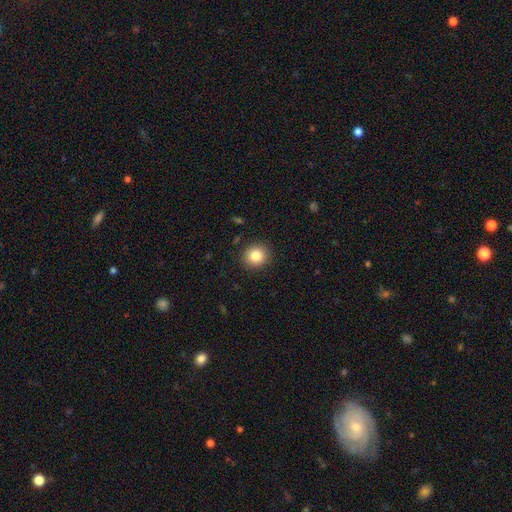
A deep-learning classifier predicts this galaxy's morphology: This appears to be a smooth galaxy with no disk features (84%) that is round (87%). Merging: none (90%).